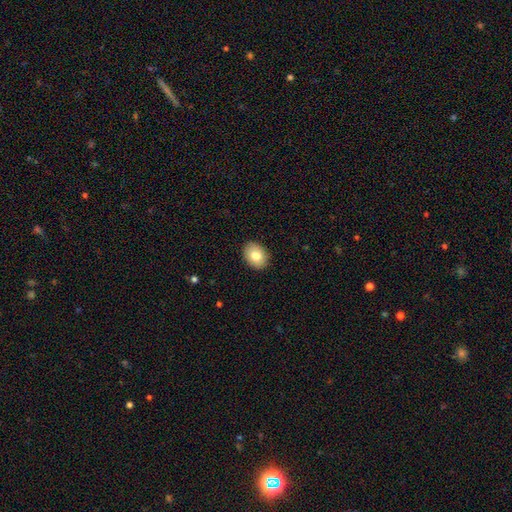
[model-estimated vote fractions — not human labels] Q: Smooth or featured?
A: smooth (80%); runner-up: featured or disk (12%)
Q: How rounded?
A: in between (66%); runner-up: round (33%)
Q: Merging?
A: none (89%); runner-up: minor disturbance (8%)